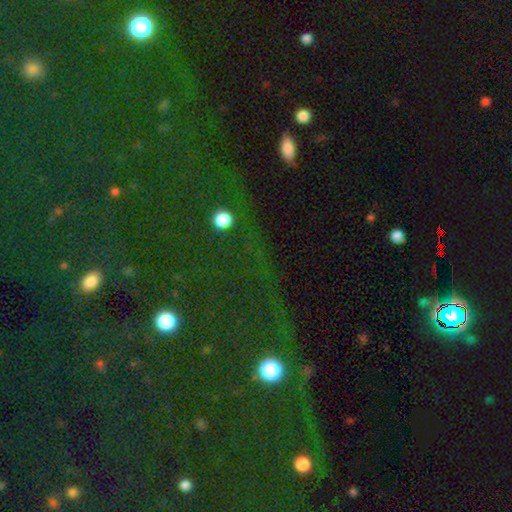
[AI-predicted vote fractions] Overall: star or artifact (77%).